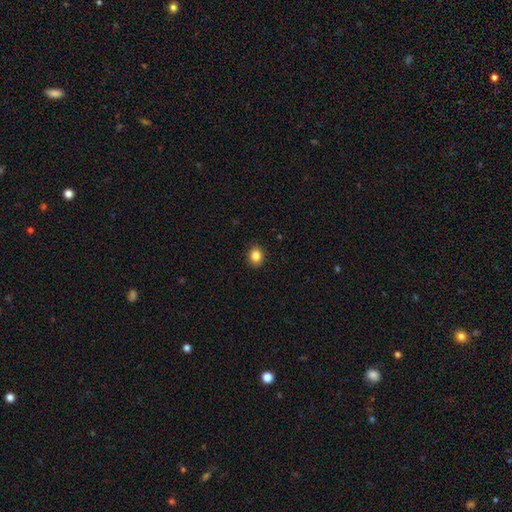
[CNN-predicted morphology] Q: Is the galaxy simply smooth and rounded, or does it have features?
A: smooth — 85%.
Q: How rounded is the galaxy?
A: round — 58%.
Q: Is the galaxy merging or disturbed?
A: none — 90%.